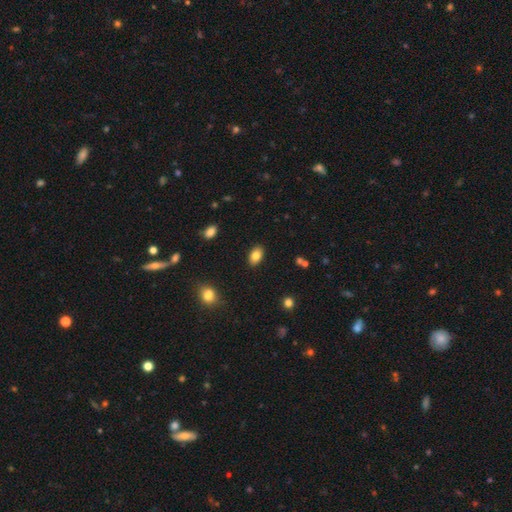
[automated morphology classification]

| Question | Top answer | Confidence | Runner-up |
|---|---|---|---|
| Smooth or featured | smooth | 82% | featured or disk (9%) |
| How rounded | in between | 89% | round (9%) |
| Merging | none | 88% | minor disturbance (9%) |